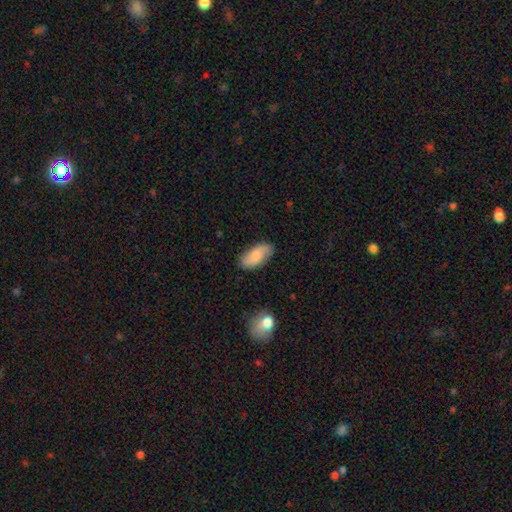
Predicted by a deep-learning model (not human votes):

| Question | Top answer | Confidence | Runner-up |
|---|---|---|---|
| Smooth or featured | smooth | 70% | featured or disk (23%) |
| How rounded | in between | 90% | cigar-shaped (8%) |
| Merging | none | 79% | minor disturbance (16%) |